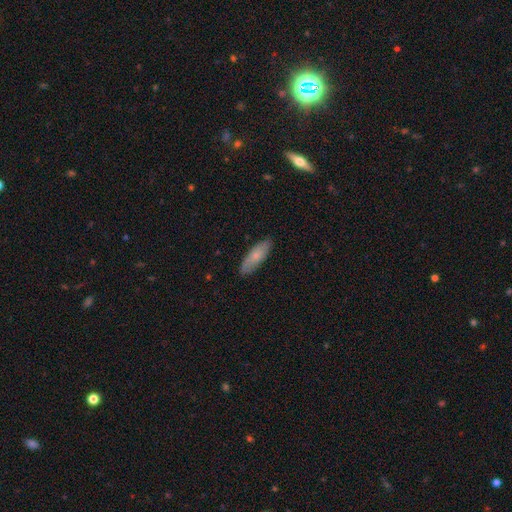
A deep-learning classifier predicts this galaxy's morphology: This is likely a smooth galaxy (72%). How rounded: possibly in between (55%). Merging: clearly none (85%).